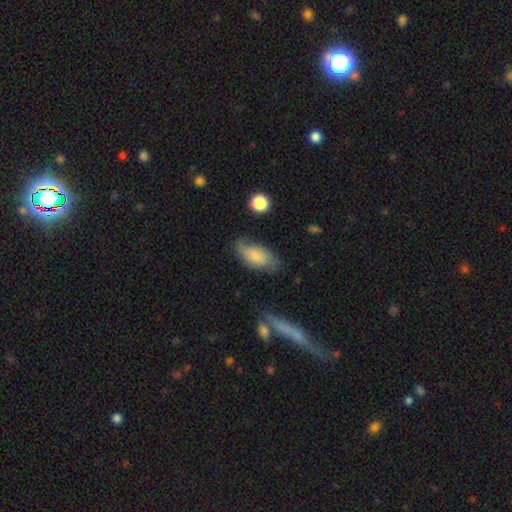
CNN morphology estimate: This appears to be a smooth galaxy with no disk features (73%) that is in between round and cigar-shaped (91%). Merging: none (60%).